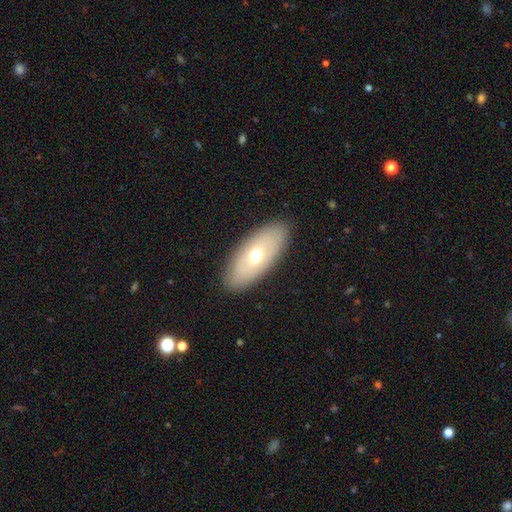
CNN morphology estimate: A smooth galaxy with no disk features (58%) that is in between round and cigar-shaped (84%).

Vote fractions:
- Smooth or featured? smooth: 58% / featured or disk: 35% / star or artifact: 8%
- How rounded? in between: 84% / cigar-shaped: 13% / round: 4%
- Merging? none: 89% / minor disturbance: 7% / major disturbance: 2% / merger: 1%